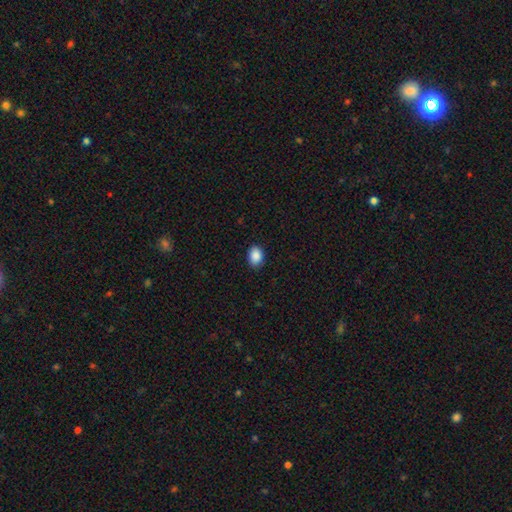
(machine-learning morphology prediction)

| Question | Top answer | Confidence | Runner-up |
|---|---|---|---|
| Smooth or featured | smooth | 89% | star or artifact (8%) |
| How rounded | in between | 74% | round (25%) |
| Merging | none | 87% | minor disturbance (10%) |